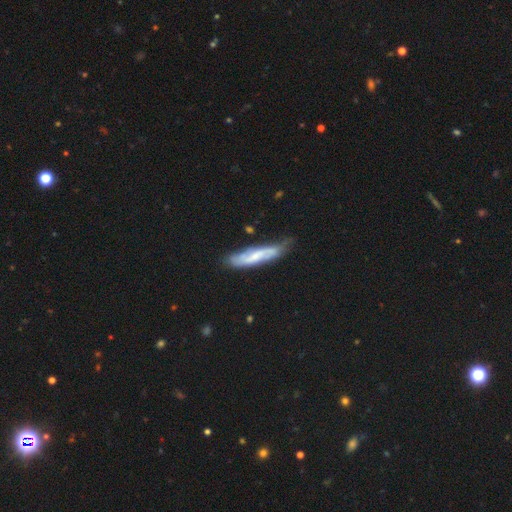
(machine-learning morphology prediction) This is possibly a featured or disk galaxy (58%). It is possibly not viewed edge-on (58%). Merging: possibly none (59%).